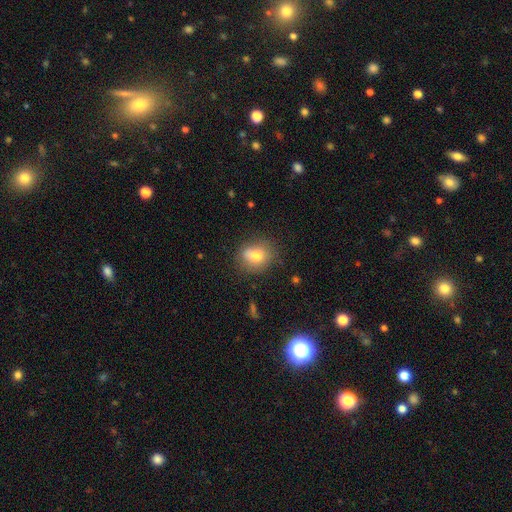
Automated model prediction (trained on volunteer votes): A smooth galaxy with no disk features (74%) that is round (67%).

Vote fractions:
- Smooth or featured? smooth: 74% / featured or disk: 15% / star or artifact: 11%
- How rounded? round: 67% / in between: 32% / cigar-shaped: 1%
- Merging? none: 72% / minor disturbance: 19% / major disturbance: 5% / merger: 4%